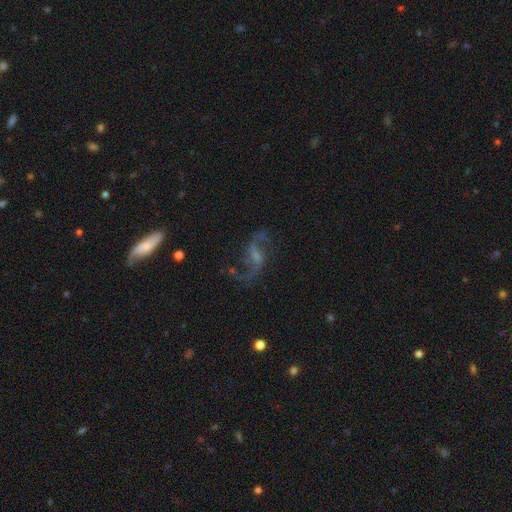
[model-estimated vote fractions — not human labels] Overall: featured or disk (84%). Edge-on disk: no (95%). Bar: weak (50%; no 28%). Spiral arms: yes (94%). Spiral arm count: 2 (91%). Spiral winding: loose (78%). Bulge size: small (49%; moderate 24%). Merging: none (70%).